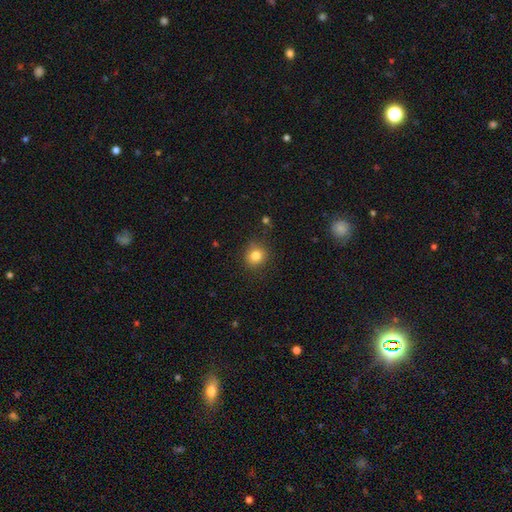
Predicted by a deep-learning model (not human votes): This is clearly a smooth galaxy (82%). How rounded: clearly round (86%). Merging: clearly none (87%).